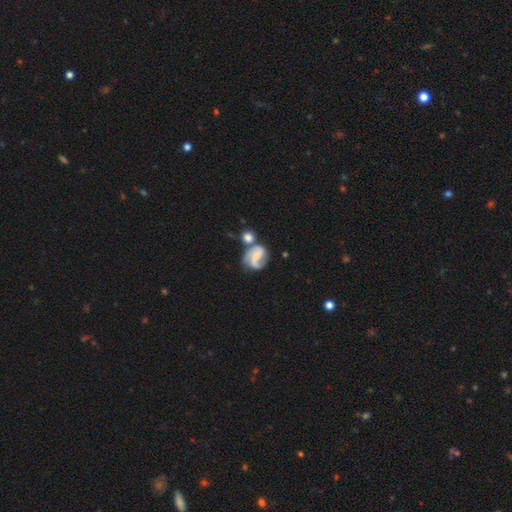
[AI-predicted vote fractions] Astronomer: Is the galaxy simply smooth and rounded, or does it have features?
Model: featured or disk — 75%.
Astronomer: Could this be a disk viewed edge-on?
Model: no — 98%.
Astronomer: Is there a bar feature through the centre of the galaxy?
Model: weak — 42% (runner-up: no, 41%).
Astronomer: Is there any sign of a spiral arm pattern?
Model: yes — 91%.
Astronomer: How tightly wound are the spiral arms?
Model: medium — 45% (runner-up: loose, 34%).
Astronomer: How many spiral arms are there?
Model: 2 — 69%.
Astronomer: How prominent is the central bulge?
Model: small — 53%.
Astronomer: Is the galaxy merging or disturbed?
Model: none — 40% (runner-up: merger, 30%).